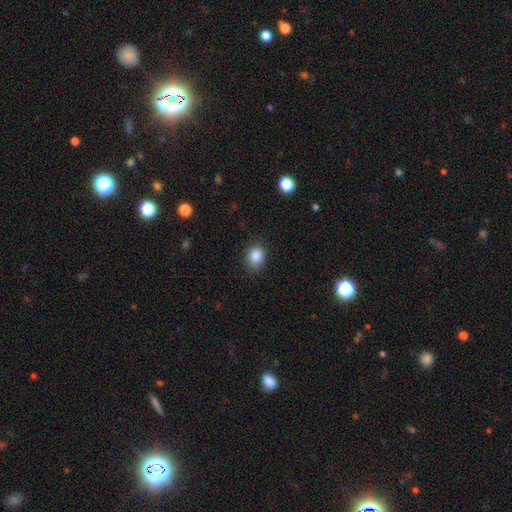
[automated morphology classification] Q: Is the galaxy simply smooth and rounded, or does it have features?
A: smooth — 87%.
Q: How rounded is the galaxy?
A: in between — 56%.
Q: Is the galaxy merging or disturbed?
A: none — 81%.